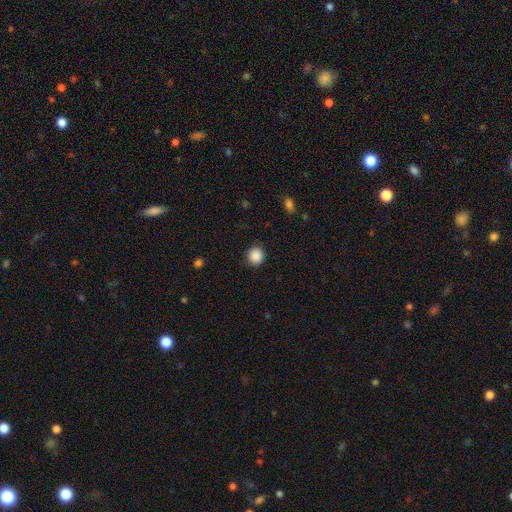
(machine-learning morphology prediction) This is clearly a smooth galaxy (89%). How rounded: clearly round (92%). Merging: clearly none (90%).